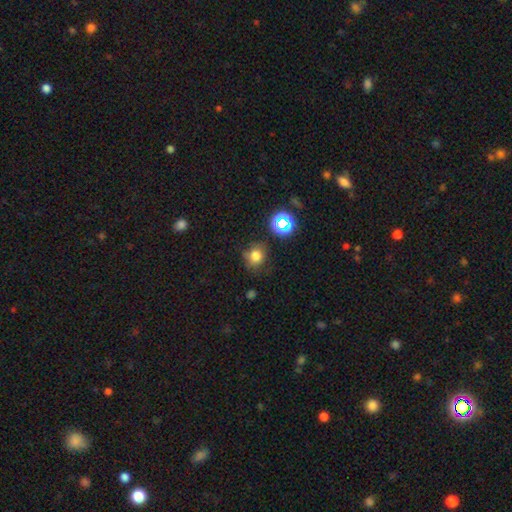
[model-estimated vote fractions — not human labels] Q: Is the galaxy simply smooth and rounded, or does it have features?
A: smooth — 74%.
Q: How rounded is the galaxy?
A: round — 82%.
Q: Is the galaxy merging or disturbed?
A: none — 74%.